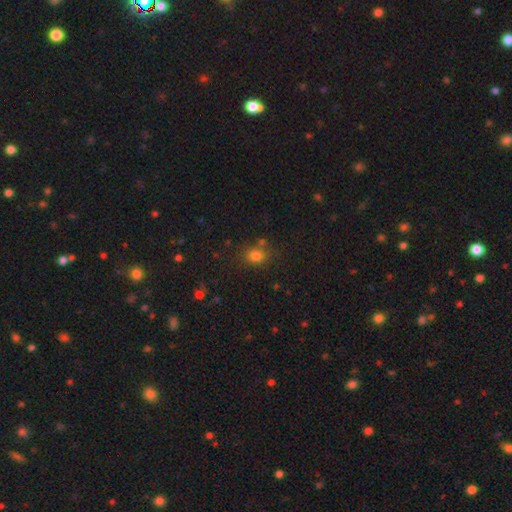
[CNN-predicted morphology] Smooth or featured? Predicted: smooth (p=0.79). How rounded? Predicted: in between (p=0.52). Merging? Predicted: none (p=0.72).